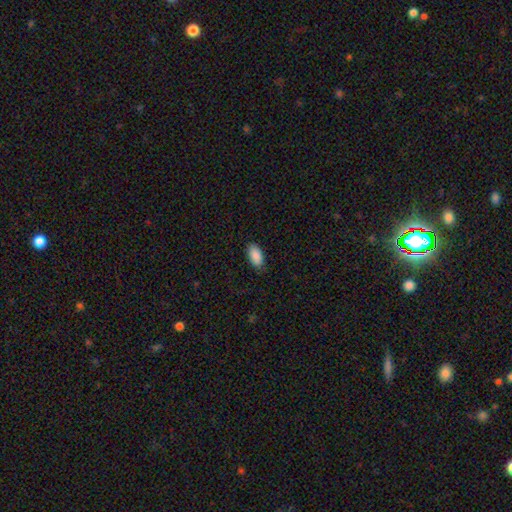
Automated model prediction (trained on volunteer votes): Smooth or featured? smooth (90%)
How rounded? in between (93%)
Merging? none (86%)